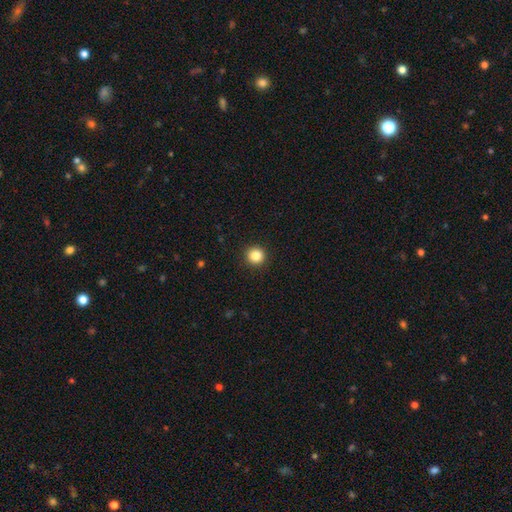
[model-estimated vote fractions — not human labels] Q: Smooth or featured?
A: smooth (86%); runner-up: star or artifact (10%)
Q: How rounded?
A: round (95%); runner-up: in between (5%)
Q: Merging?
A: none (93%); runner-up: minor disturbance (5%)